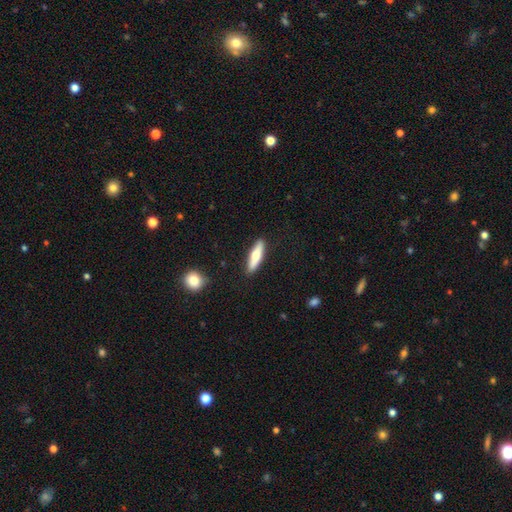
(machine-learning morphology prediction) A smooth galaxy with no disk features (58%) that is cigar-shaped (73%).

Vote fractions:
- Smooth or featured? smooth: 58% / featured or disk: 36% / star or artifact: 5%
- How rounded? cigar-shaped: 73% / in between: 25% / round: 2%
- Merging? none: 88% / minor disturbance: 8% / major disturbance: 2% / merger: 2%